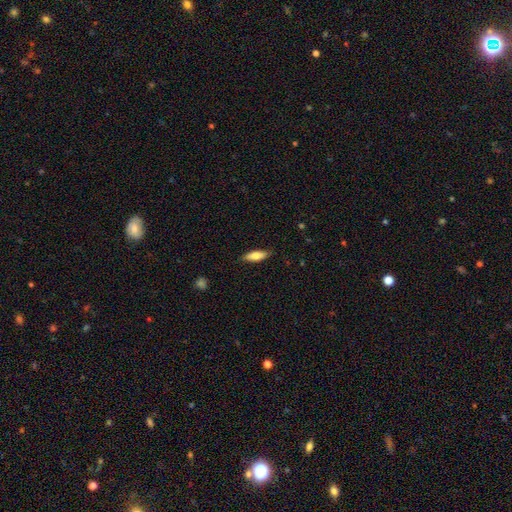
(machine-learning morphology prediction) Overall: smooth (73%). How rounded: in between (61%; cigar-shaped 37%). Merging: none (86%).